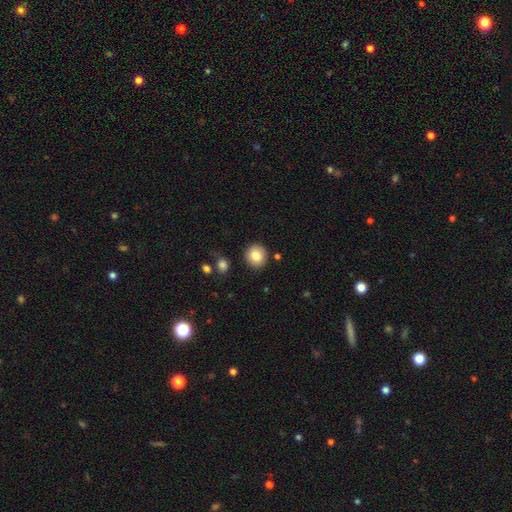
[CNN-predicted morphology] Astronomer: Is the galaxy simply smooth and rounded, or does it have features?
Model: smooth — 83%.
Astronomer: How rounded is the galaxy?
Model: round — 89%.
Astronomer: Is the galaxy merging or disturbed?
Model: none — 89%.